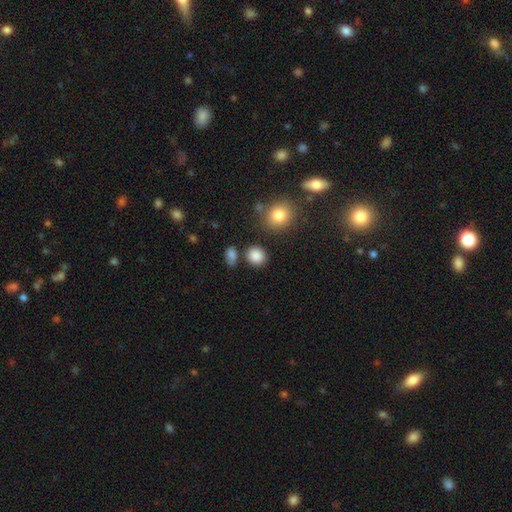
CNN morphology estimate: smooth-or-featured: smooth: 86% | star or artifact: 10% | featured or disk: 4%
  how-rounded: round: 77% | in between: 22% | cigar-shaped: 1%
  merging: none: 81% | minor disturbance: 10% | merger: 6% | major disturbance: 3%